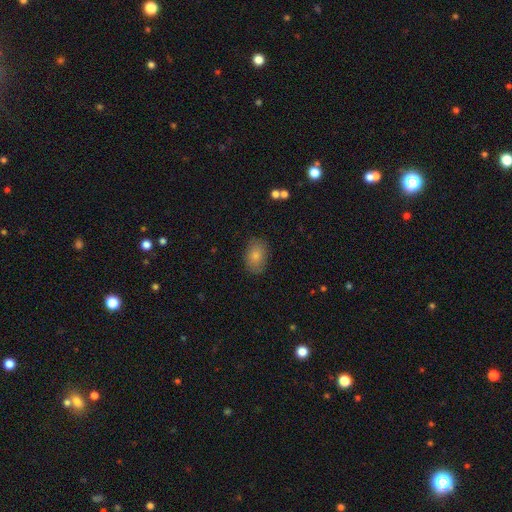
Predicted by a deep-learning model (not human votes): Smooth or featured? smooth (81%)
How rounded? in between (81%)
Merging? none (82%)